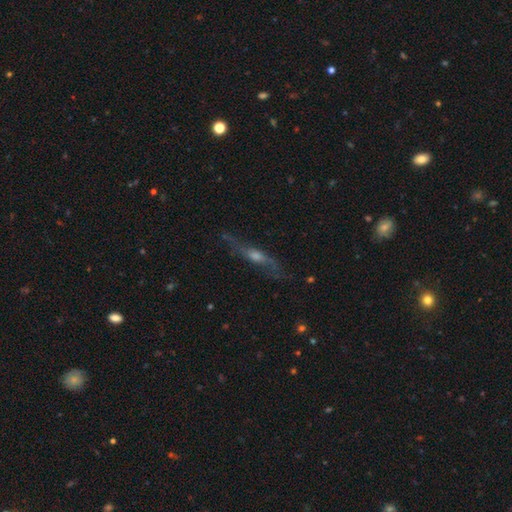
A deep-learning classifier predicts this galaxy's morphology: smooth-or-featured: featured or disk: 68% | smooth: 22% | star or artifact: 10%
  disk-edge-on: yes: 75% | no: 25%
    edge-on-bulge: rounded: 77% | none: 13% | boxy: 10%
  merging: none: 70% | minor disturbance: 19% | major disturbance: 9% | merger: 2%